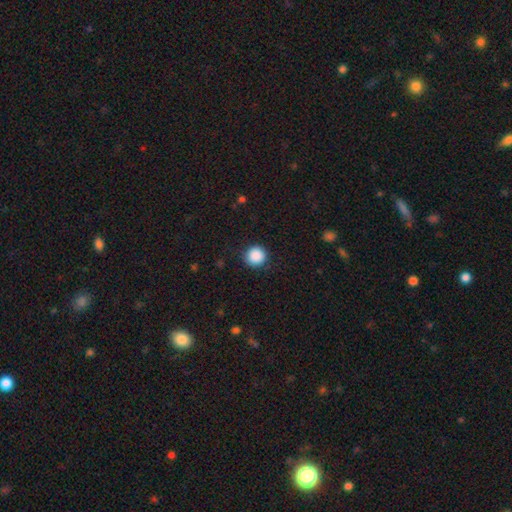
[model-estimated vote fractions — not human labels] smooth-or-featured: smooth: 89% | star or artifact: 9% | featured or disk: 2%
  how-rounded: round: 95% | in between: 4% | cigar-shaped: 1%
  merging: none: 90% | minor disturbance: 7% | major disturbance: 2% | merger: 1%